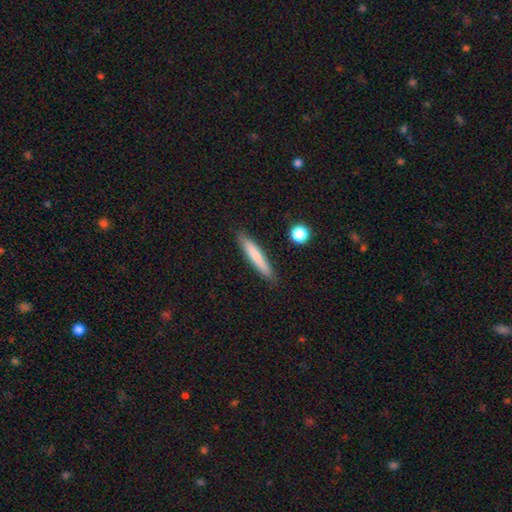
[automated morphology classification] A smooth galaxy with no disk features (74%) that is cigar-shaped (92%).

Vote fractions:
- Smooth or featured? smooth: 74% / featured or disk: 20% / star or artifact: 6%
- How rounded? cigar-shaped: 92% / in between: 7% / round: 1%
- Merging? none: 88% / minor disturbance: 8% / major disturbance: 2% / merger: 2%